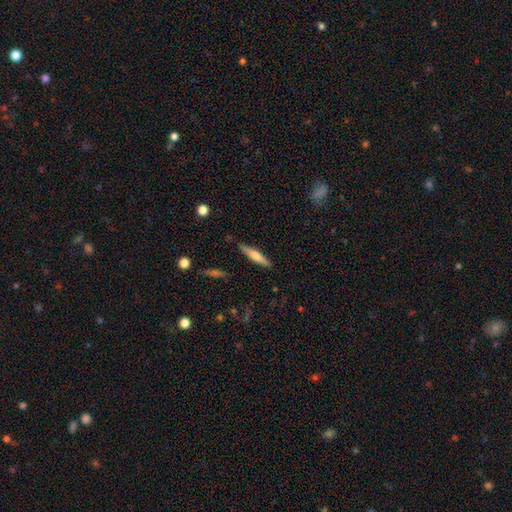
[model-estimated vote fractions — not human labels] Smooth or featured: smooth — 54% (featured or disk — 40%)
How rounded: cigar-shaped — 85% (in between — 13%)
Merging: none — 88% (minor disturbance — 9%)